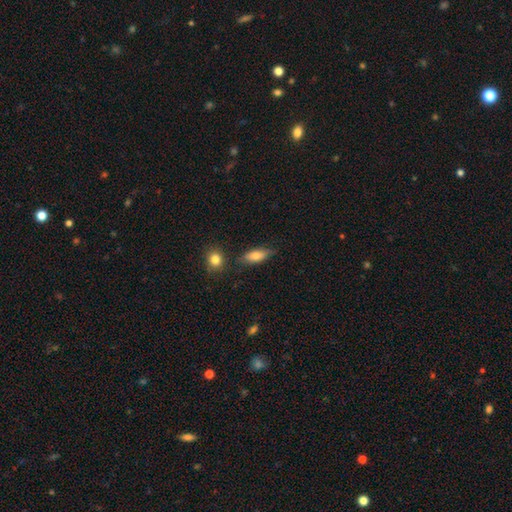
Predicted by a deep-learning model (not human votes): Smooth or featured: smooth — 78% (featured or disk — 14%)
How rounded: in between — 74% (cigar-shaped — 23%)
Merging: none — 73% (minor disturbance — 18%)